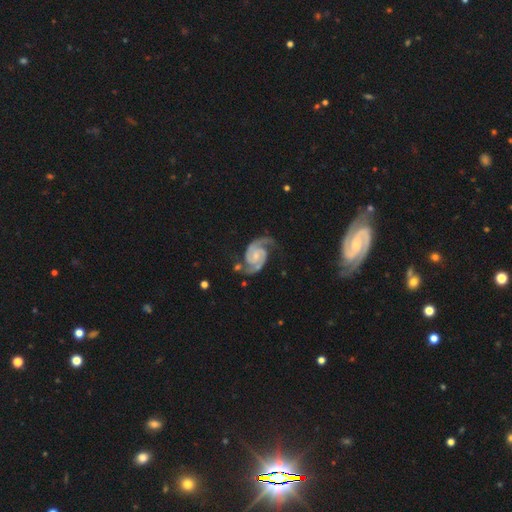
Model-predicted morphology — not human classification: This appears to be a featured or disk galaxy (93%) with no bar (54%), 2 (94%) medium (53%) spiral arms (99%) and a small central bulge (56%). Merging: none (71%).